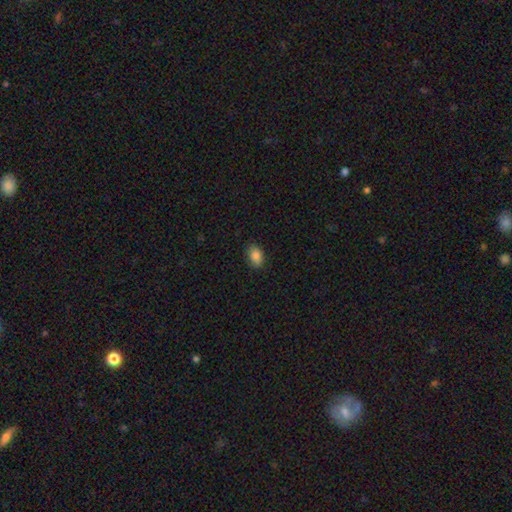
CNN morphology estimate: Smooth or featured? smooth (86%)
How rounded? in between (86%)
Merging? none (86%)